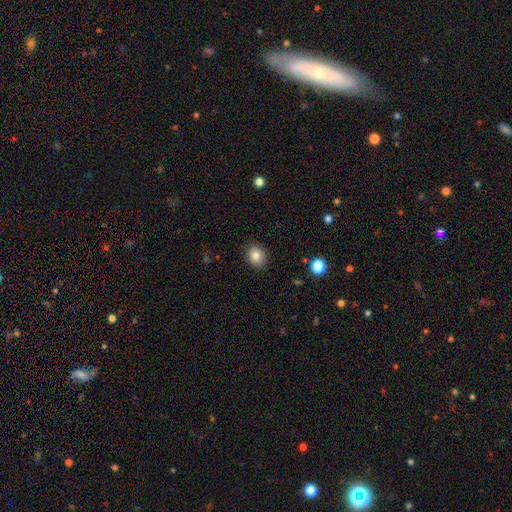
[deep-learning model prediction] Overall: smooth (83%). How rounded: round (68%; in between 31%). Merging: none (90%).